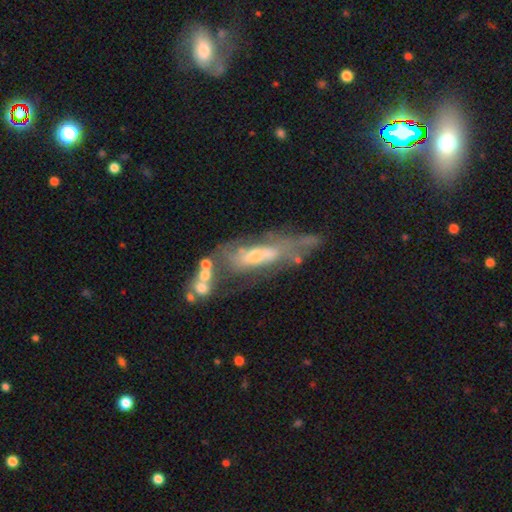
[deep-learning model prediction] The model was most divided on "merging": none: 31%, major disturbance: 28%, minor disturbance: 21%, merger: 20%. More confident: edge-on disk — no (73%); smooth or featured — featured or disk (62%).